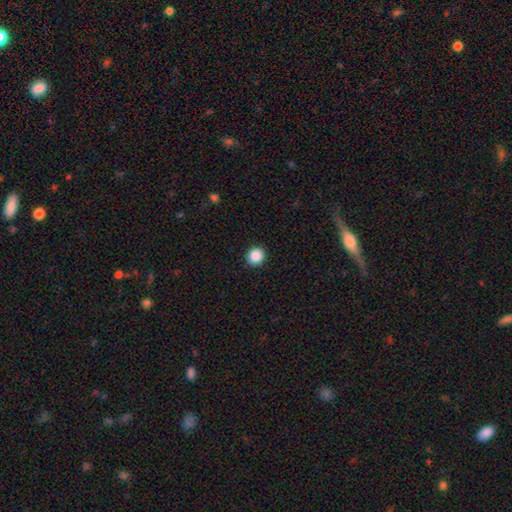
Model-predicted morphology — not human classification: smooth_or_featured: smooth (p=0.88) [alt: star or artifact p=0.10]
how_rounded: round (p=0.89) [alt: in between p=0.10]
merging: none (p=0.92) [alt: minor disturbance p=0.05]